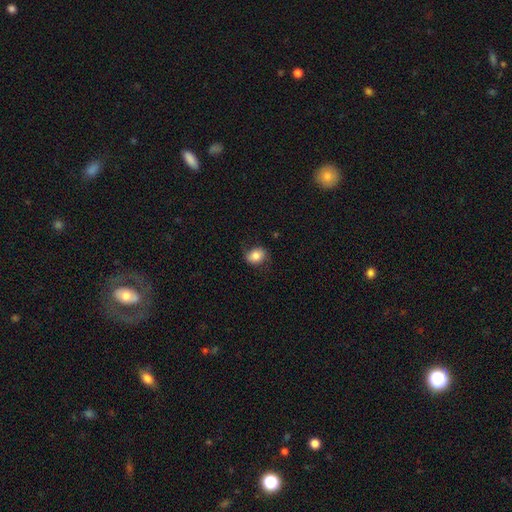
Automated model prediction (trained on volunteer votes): Q: Smooth or featured?
A: smooth (78%); runner-up: featured or disk (14%)
Q: How rounded?
A: in between (58%); runner-up: round (41%)
Q: Merging?
A: none (71%); runner-up: minor disturbance (21%)